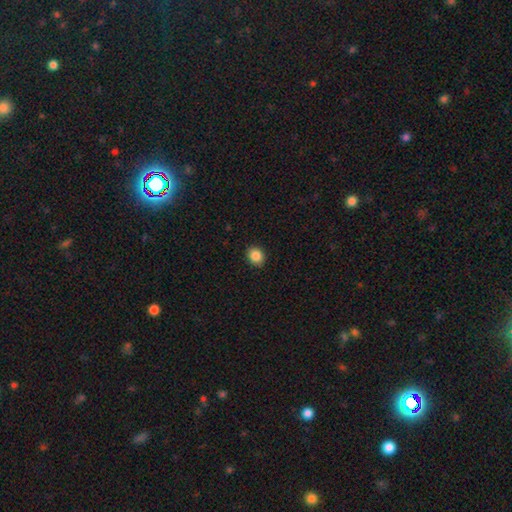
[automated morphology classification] smooth_or_featured: smooth (p=0.87) [alt: star or artifact p=0.09]
how_rounded: round (p=0.62) [alt: in between p=0.38]
merging: none (p=0.91) [alt: minor disturbance p=0.06]